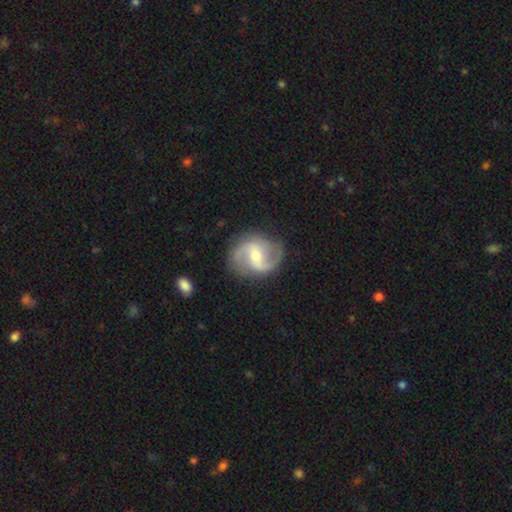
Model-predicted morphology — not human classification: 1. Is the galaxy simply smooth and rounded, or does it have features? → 87% featured or disk, 8% smooth, 5% star or artifact.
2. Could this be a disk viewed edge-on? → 98% no, 2% yes.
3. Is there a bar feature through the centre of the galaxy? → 50% weak, 26% no, 24% strong.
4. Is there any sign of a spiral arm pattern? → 97% yes, 3% no.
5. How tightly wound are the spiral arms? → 47% medium, 41% loose, 12% tight.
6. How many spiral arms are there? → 92% 2, 3% can't tell, 2% 1, 2% 3, 1% 4, 1% more than 4.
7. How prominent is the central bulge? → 47% small, 46% moderate, 3% large, 2% none, 1% dominant.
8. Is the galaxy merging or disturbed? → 81% none, 13% minor disturbance, 5% major disturbance, 1% merger.